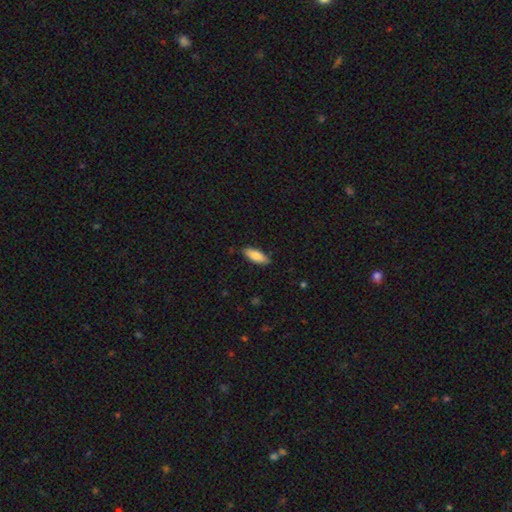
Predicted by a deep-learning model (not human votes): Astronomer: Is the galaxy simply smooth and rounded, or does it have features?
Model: smooth — 80%.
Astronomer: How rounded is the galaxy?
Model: in between — 69%.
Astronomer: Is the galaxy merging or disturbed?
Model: none — 85%.